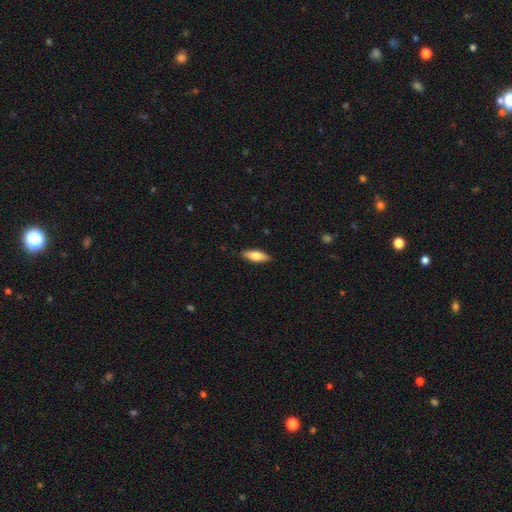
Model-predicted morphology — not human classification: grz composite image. It shows a smooth galaxy with no disk features (71%) that is in between round and cigar-shaped (63%). Merging: none (88%).